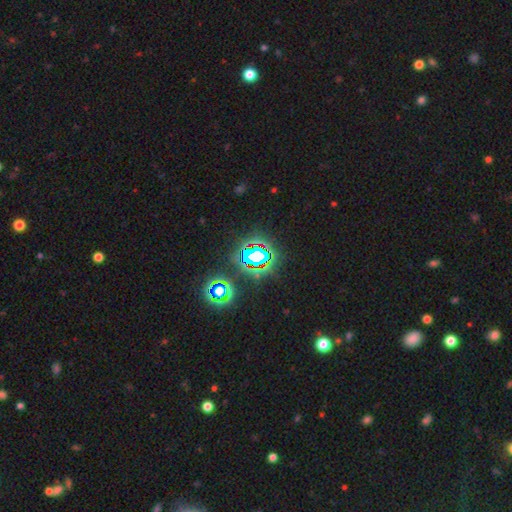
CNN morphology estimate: type=star or artifact (74%).